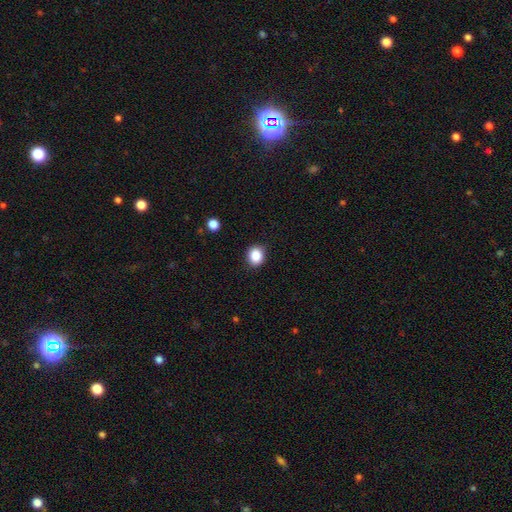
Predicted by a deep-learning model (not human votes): Smooth or featured? Predicted: smooth (p=0.87). How rounded? Predicted: round (p=0.71). Merging? Predicted: none (p=0.88).